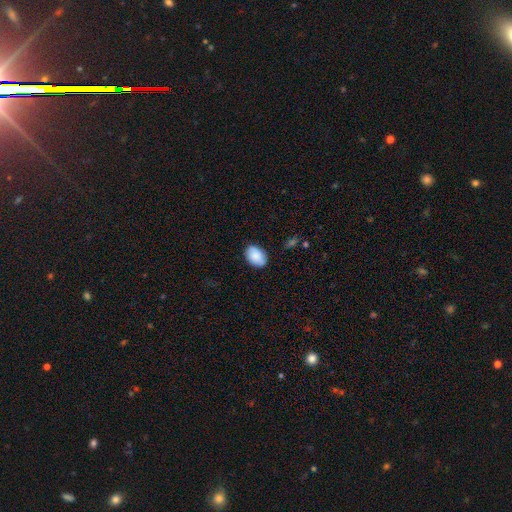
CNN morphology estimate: Smooth or featured? Predicted: smooth (p=0.86). How rounded? Predicted: in between (p=0.84). Merging? Predicted: none (p=0.81).